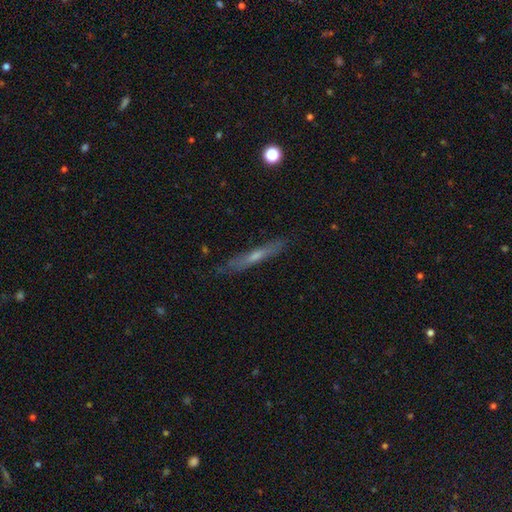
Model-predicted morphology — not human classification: Smooth or featured? Predicted: featured or disk (p=0.55). Edge-on disk? Predicted: yes (p=0.90). Merging? Predicted: none (p=0.82).